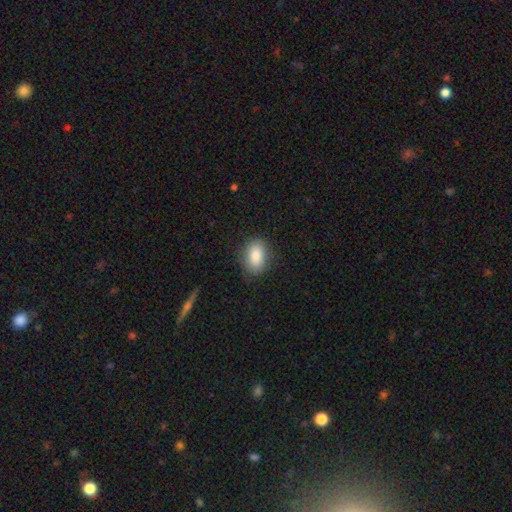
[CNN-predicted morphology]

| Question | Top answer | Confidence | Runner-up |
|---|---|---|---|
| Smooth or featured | smooth | 86% | star or artifact (7%) |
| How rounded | in between | 85% | round (14%) |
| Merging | none | 82% | minor disturbance (13%) |